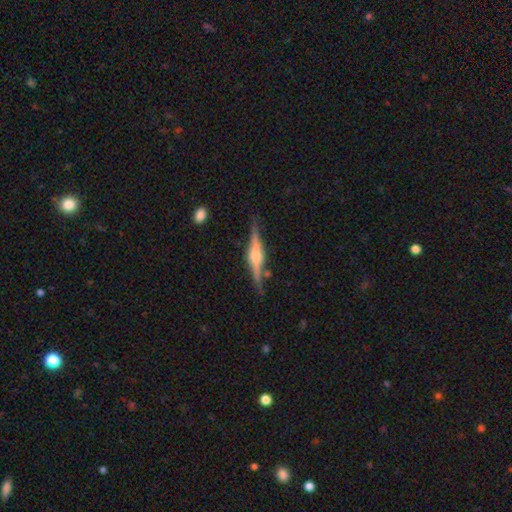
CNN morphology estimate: Smooth or featured?
  - featured or disk: 81% *
  - smooth: 13%
  - star or artifact: 6%
Edge-on disk?
  - yes: 98% *
  - no: 2%
Edge-on bulge?
  - rounded: 86% *
  - boxy: 11%
  - none: 2%
Merging?
  - none: 84% *
  - minor disturbance: 11%
  - merger: 3%
  - major disturbance: 3%